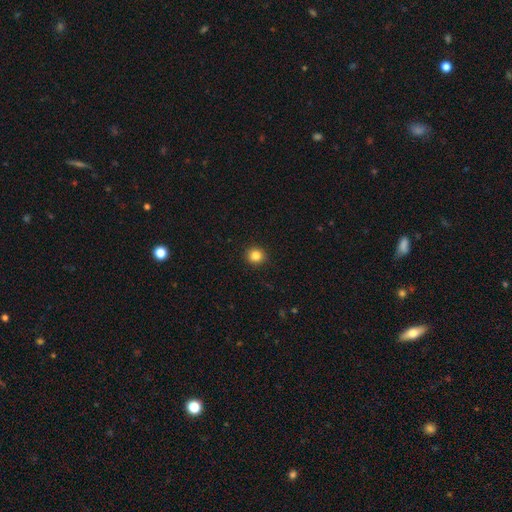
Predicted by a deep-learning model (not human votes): Smooth or featured? Predicted: smooth (p=0.84). How rounded? Predicted: round (p=0.92). Merging? Predicted: none (p=0.93).